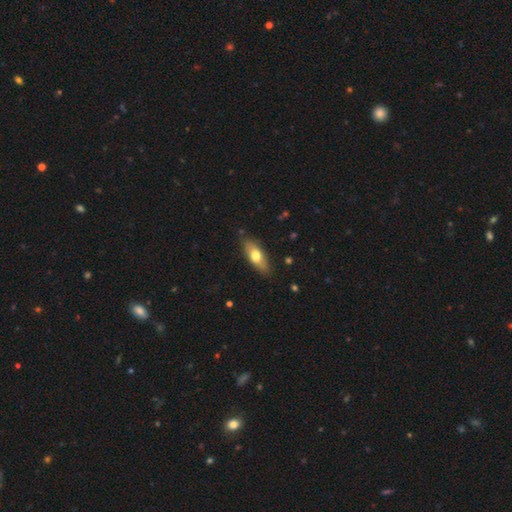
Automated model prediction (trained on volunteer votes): Smooth or featured: smooth — 65% (featured or disk — 30%)
How rounded: in between — 68% (cigar-shaped — 29%)
Merging: none — 84% (minor disturbance — 13%)